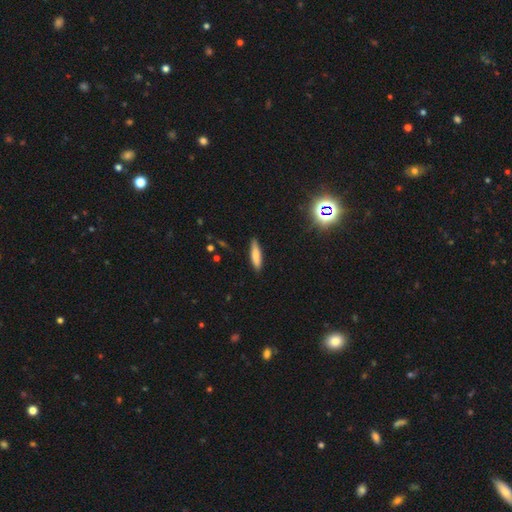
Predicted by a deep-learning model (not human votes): Smooth or featured: smooth — 77% (featured or disk — 15%)
How rounded: cigar-shaped — 77% (in between — 22%)
Merging: none — 86% (minor disturbance — 10%)